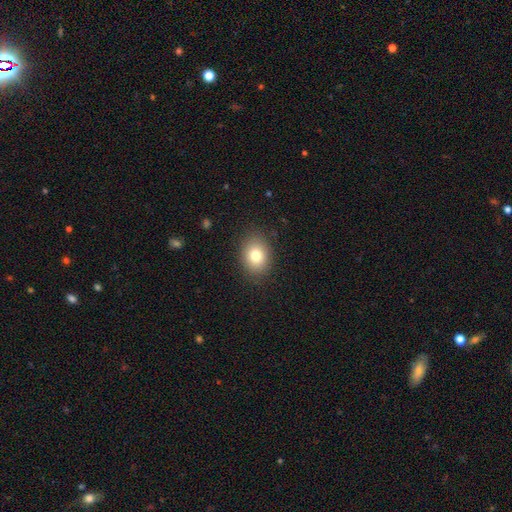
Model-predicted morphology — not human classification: type=smooth (81%); roundness=in between (61%); merging=none (87%).